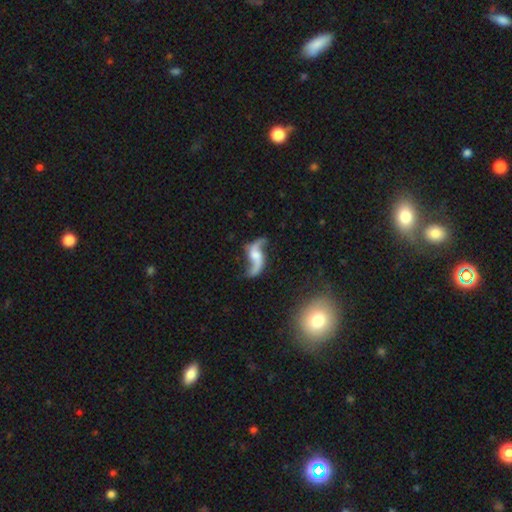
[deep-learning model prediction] Morphology: type=featured or disk (89%); edge-on=no (95%); bar=no (52%); spiral arms=yes (96%); winding=loose (91%); arm count=2 (94%); bulge=moderate (38%); merging=none (71%).